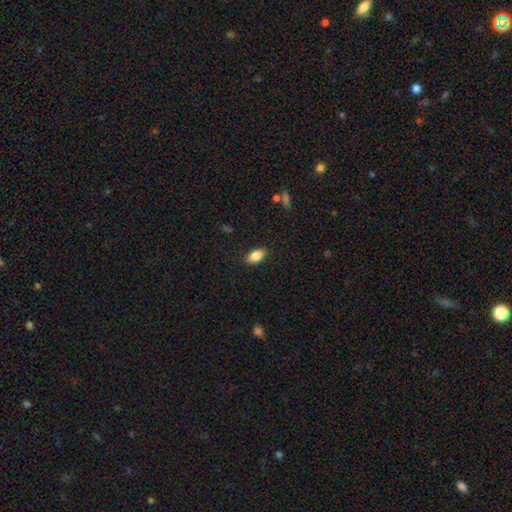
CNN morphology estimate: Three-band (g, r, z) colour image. It shows a smooth galaxy with no disk features (84%) that is in between round and cigar-shaped (90%). Merging: none (87%).